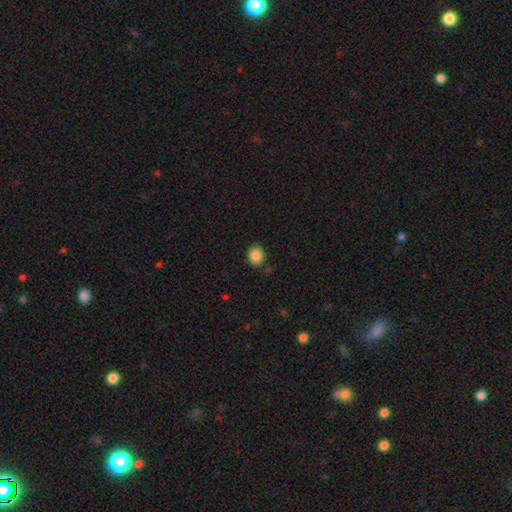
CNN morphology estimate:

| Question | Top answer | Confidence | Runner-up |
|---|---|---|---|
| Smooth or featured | smooth | 87% | star or artifact (9%) |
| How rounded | round | 66% | in between (33%) |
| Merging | none | 86% | minor disturbance (10%) |